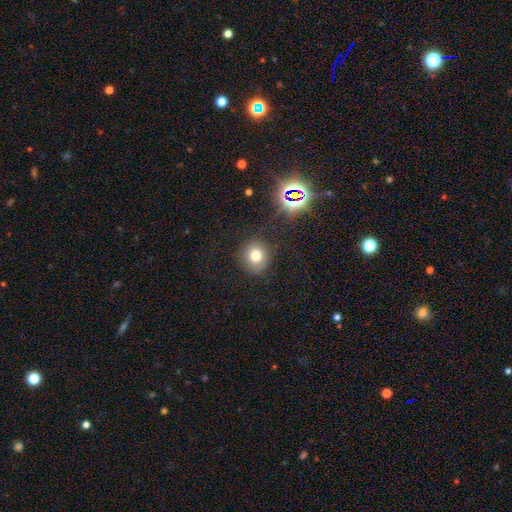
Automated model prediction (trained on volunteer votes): smooth_or_featured: smooth (p=0.73) [alt: star or artifact p=0.17]
how_rounded: round (p=0.86) [alt: in between p=0.13]
merging: none (p=0.83) [alt: minor disturbance p=0.11]